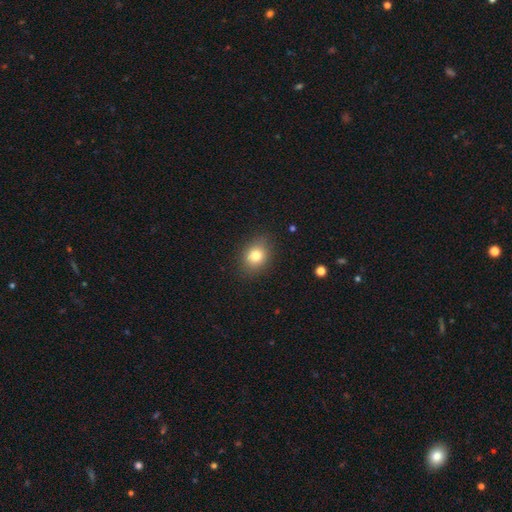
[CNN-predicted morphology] A smooth galaxy with no disk features (80%) that is round (54%).

Vote fractions:
- Smooth or featured? smooth: 80% / star or artifact: 11% / featured or disk: 9%
- How rounded? round: 54% / in between: 45% / cigar-shaped: 1%
- Merging? none: 85% / minor disturbance: 10% / major disturbance: 3% / merger: 1%